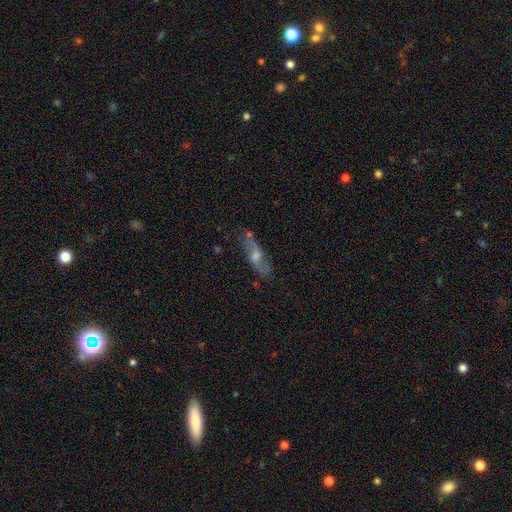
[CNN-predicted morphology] Smooth or featured? Predicted: featured or disk (p=0.58). Edge-on disk? Predicted: no (p=0.63). Merging? Predicted: none (p=0.70).